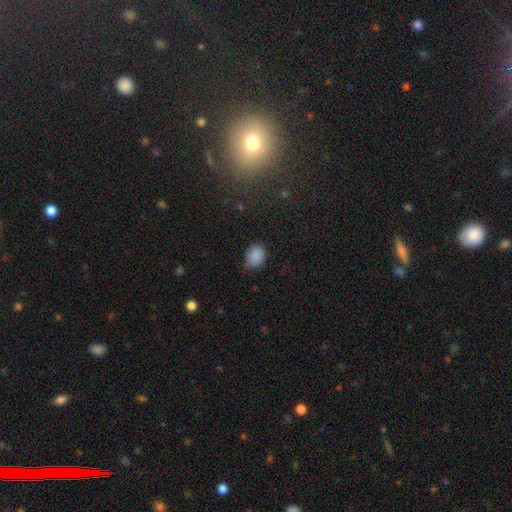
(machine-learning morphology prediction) This is clearly a smooth galaxy (87%). How rounded: likely in between (64%). Merging: likely none (68%).